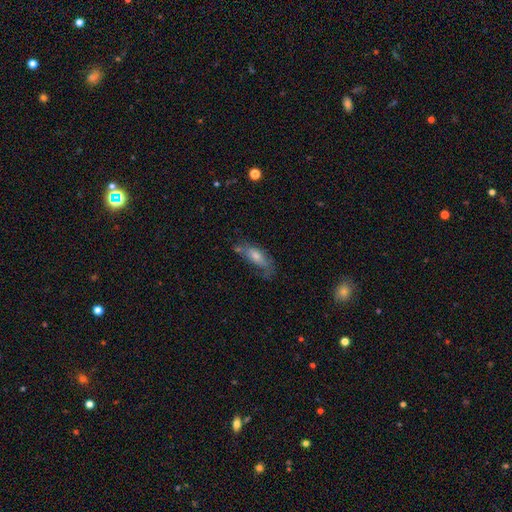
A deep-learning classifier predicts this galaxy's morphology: Smooth or featured?
  - smooth: 50% *
  - featured or disk: 38%
  - star or artifact: 12%
How rounded?
  - in between: 63% *
  - cigar-shaped: 33%
  - round: 4%
Merging?
  - none: 48% *
  - minor disturbance: 27%
  - major disturbance: 18%
  - merger: 7%